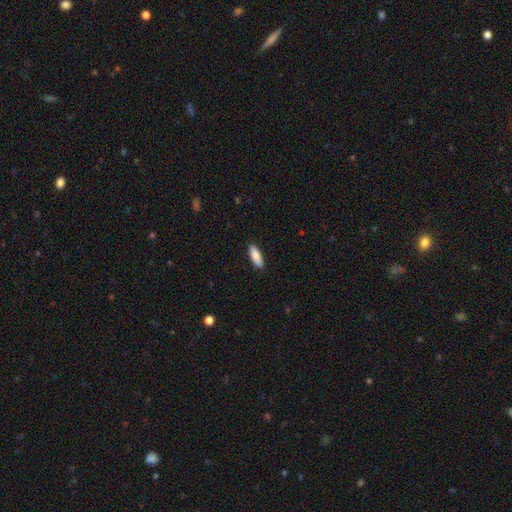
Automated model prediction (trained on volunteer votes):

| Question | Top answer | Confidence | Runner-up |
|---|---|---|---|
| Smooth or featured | smooth | 88% | featured or disk (7%) |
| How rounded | in between | 58% | cigar-shaped (40%) |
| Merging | none | 89% | minor disturbance (8%) |